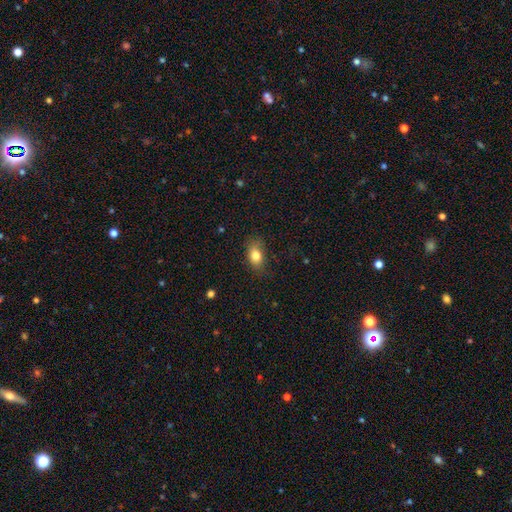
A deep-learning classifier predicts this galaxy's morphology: Overall: smooth (81%). How rounded: in between (81%). Merging: none (74%).